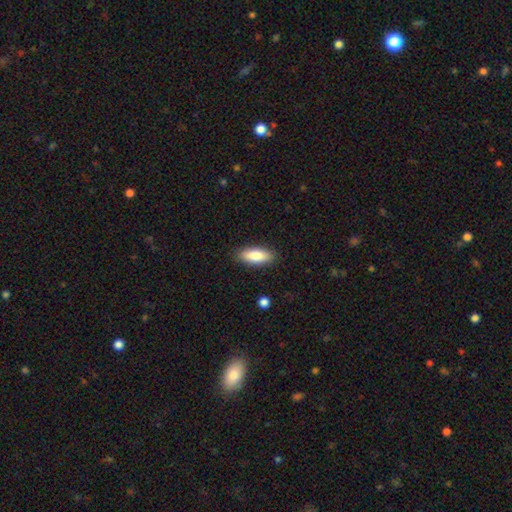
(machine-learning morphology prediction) A smooth galaxy with no disk features (83%) that is in between round and cigar-shaped (75%).

Vote fractions:
- Smooth or featured? smooth: 83% / featured or disk: 11% / star or artifact: 6%
- How rounded? in between: 75% / cigar-shaped: 23% / round: 2%
- Merging? none: 88% / minor disturbance: 9% / major disturbance: 2% / merger: 1%